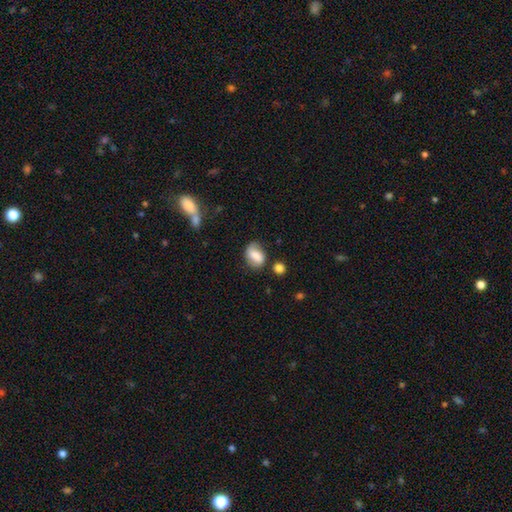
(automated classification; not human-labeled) smooth-or-featured: smooth: 64% | featured or disk: 27% | star or artifact: 9%
  how-rounded: in between: 74% | round: 24% | cigar-shaped: 2%
  merging: none: 63% | minor disturbance: 23% | major disturbance: 7% | merger: 7%